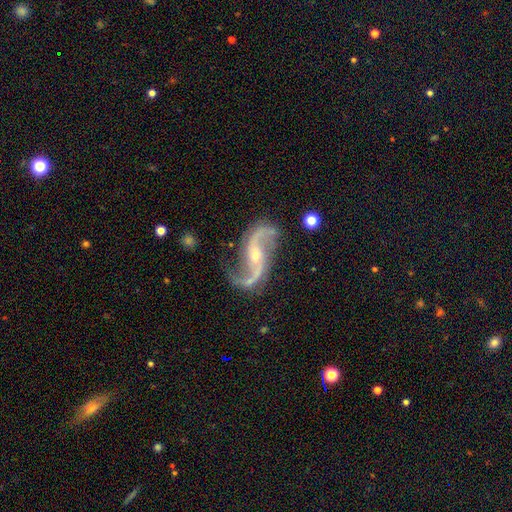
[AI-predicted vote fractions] smooth_or_featured: featured or disk (p=0.93) [alt: star or artifact p=0.05]
disk_edge_on: no (p=0.97) [alt: yes p=0.03]
bar: no (p=0.48) [alt: weak p=0.33]
has_spiral_arms: yes (p=0.98) [alt: no p=0.02]
spiral_winding: loose (p=0.76) [alt: medium p=0.20]
spiral_arm_count: 2 (p=0.94) [alt: 1 p=0.01]
bulge_size: small (p=0.59) [alt: moderate p=0.37]
merging: none (p=0.76) [alt: minor disturbance p=0.14]